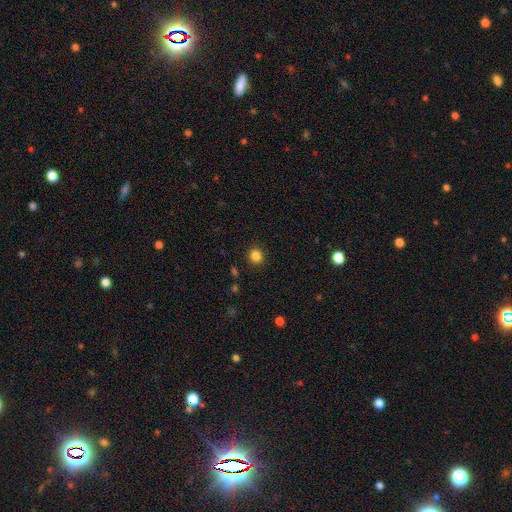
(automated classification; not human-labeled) The model was most divided on "how rounded": round: 85%, in between: 14%, cigar-shaped: 1%. More confident: merging — none (91%); smooth or featured — smooth (84%).